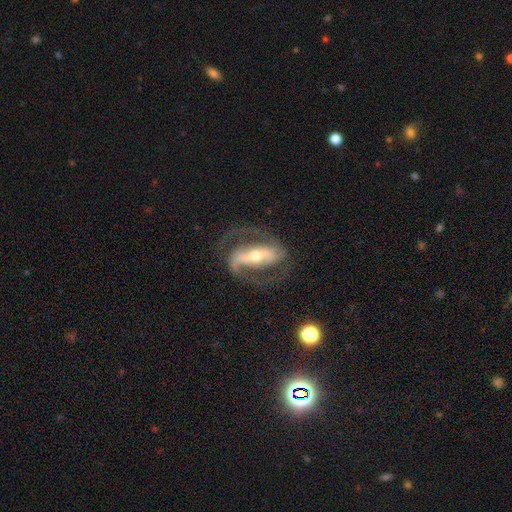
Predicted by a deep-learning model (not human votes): Smooth or featured: featured or disk — 89% (smooth — 6%)
Edge-on disk: no — 94% (yes — 6%)
Bar: strong — 67% (weak — 21%)
Spiral arms: yes — 94% (no — 6%)
Spiral winding: medium — 56% (tight — 22%)
Spiral arm count: 2 — 90% (1 — 4%)
Bulge size: moderate — 54% (small — 39%)
Merging: none — 73% (minor disturbance — 13%)